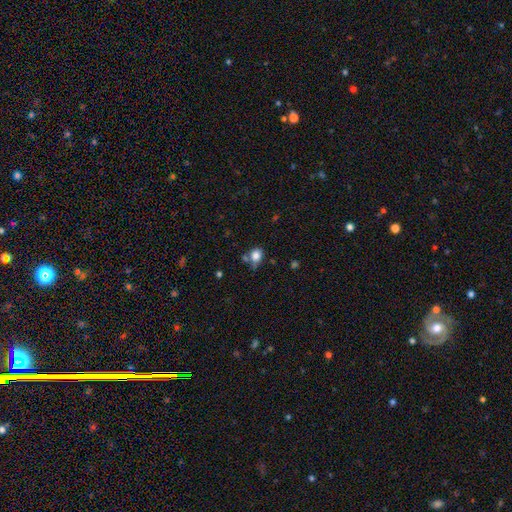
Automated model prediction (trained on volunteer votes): The model was most divided on "how rounded": round: 52%, in between: 46%, cigar-shaped: 1%. More confident: smooth or featured — smooth (81%); merging — none (51%).